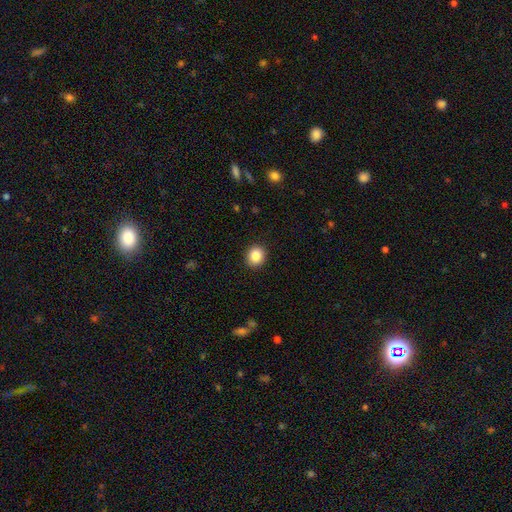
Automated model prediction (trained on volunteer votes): smooth 86%, star or artifact 9%, featured or disk 5%. Down the decision tree: how rounded — round (79%); merging — none (91%).